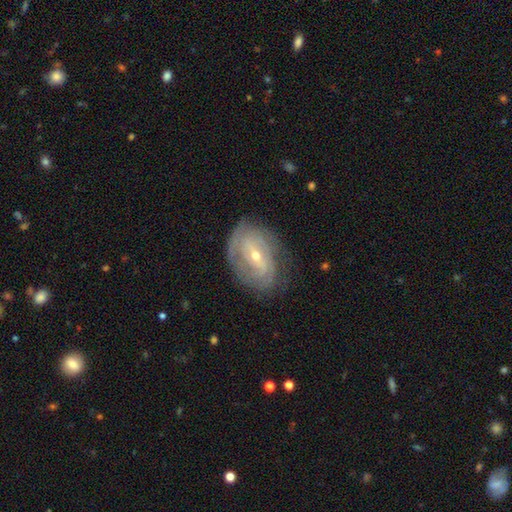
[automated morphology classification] Smooth or featured: featured or disk — 81% (smooth — 13%)
Edge-on disk: no — 95% (yes — 5%)
Bar: weak — 45% (no — 28%)
Spiral arms: yes — 86% (no — 14%)
Spiral winding: tight — 64% (medium — 27%)
Spiral arm count: 2 — 40% (can't tell — 37%)
Bulge size: small — 58% (moderate — 39%)
Merging: none — 71% (minor disturbance — 20%)